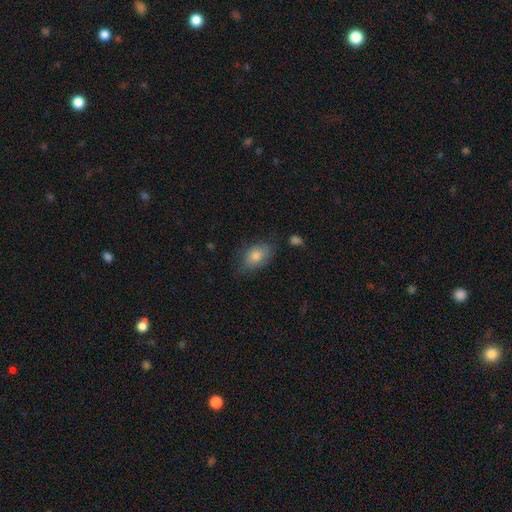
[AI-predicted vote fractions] Q: Smooth or featured?
A: smooth (74%); runner-up: featured or disk (17%)
Q: How rounded?
A: in between (84%); runner-up: round (13%)
Q: Merging?
A: none (69%); runner-up: minor disturbance (23%)